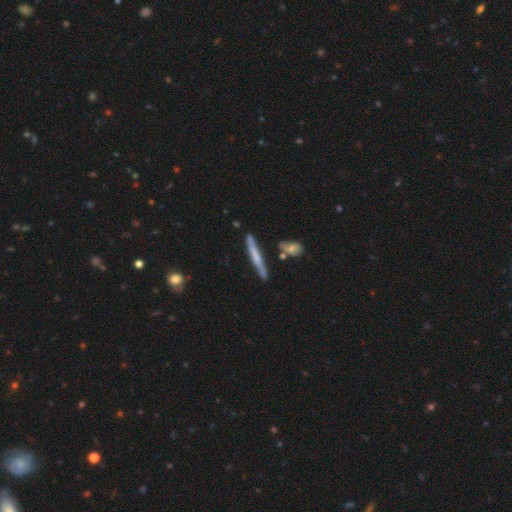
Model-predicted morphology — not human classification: The model was most divided on "smooth or featured": featured or disk: 51%, smooth: 43%, star or artifact: 7%. More confident: edge-on disk — yes (92%); merging — none (78%).